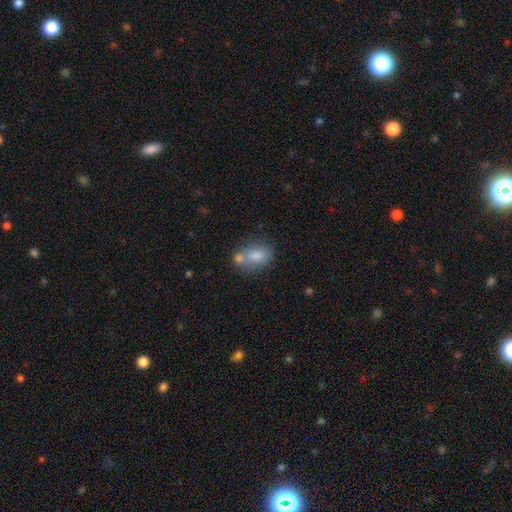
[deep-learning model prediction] Smooth or featured? Predicted: smooth (p=0.78). How rounded? Predicted: in between (p=0.74). Merging? Predicted: merger (p=0.40, tied with none).